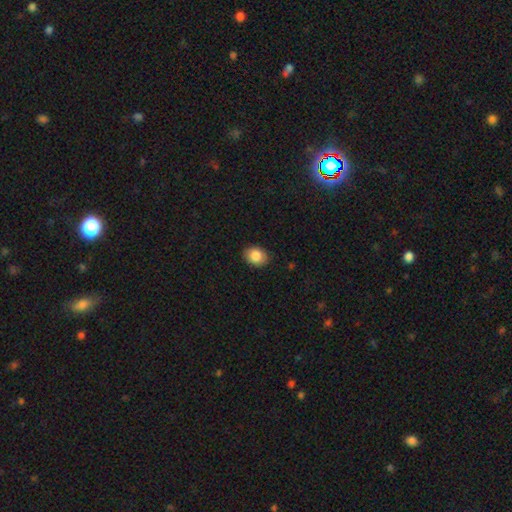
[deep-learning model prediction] Overall: smooth (86%). How rounded: in between (63%; round 36%). Merging: none (88%).